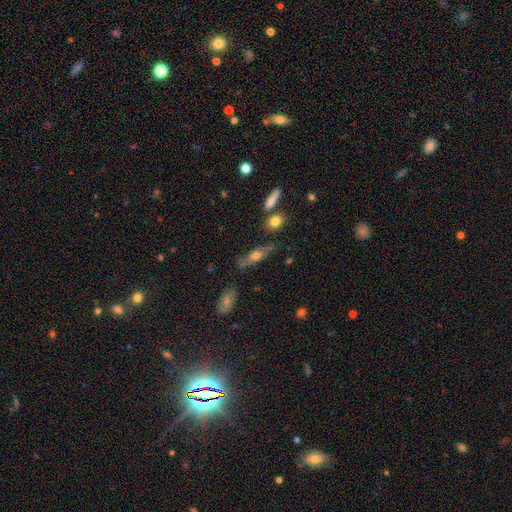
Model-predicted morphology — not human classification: Smooth or featured?
  - smooth: 48% *
  - featured or disk: 43%
  - star or artifact: 9%
Merging?
  - none: 65% *
  - minor disturbance: 21%
  - merger: 7%
  - major disturbance: 7%